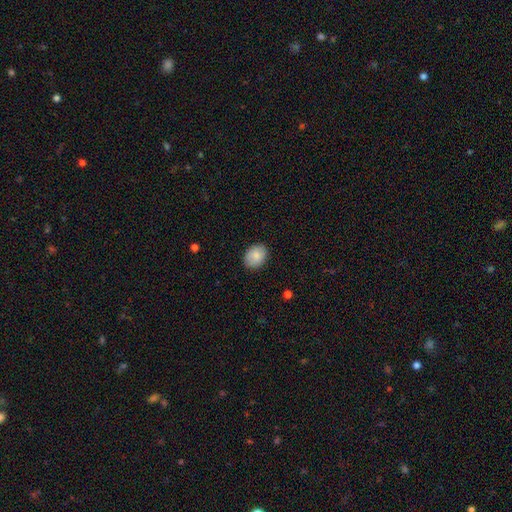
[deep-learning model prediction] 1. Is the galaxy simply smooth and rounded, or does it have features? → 87% smooth, 7% star or artifact, 7% featured or disk.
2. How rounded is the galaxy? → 64% in between, 35% round, 1% cigar-shaped.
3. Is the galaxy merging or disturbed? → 87% none, 10% minor disturbance, 2% major disturbance, 1% merger.